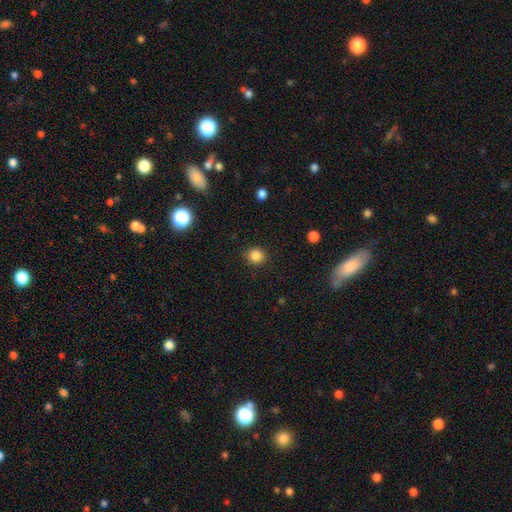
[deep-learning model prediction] Smooth or featured?
  - smooth: 85% *
  - star or artifact: 11%
  - featured or disk: 4%
How rounded?
  - round: 83% *
  - in between: 16%
  - cigar-shaped: 1%
Merging?
  - none: 89% *
  - minor disturbance: 7%
  - major disturbance: 2%
  - merger: 1%